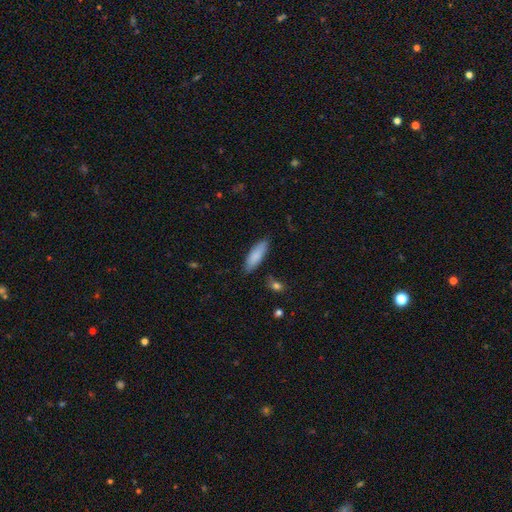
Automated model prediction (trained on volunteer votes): Morphology: type=smooth (86%); roundness=in between (51%); merging=none (84%).